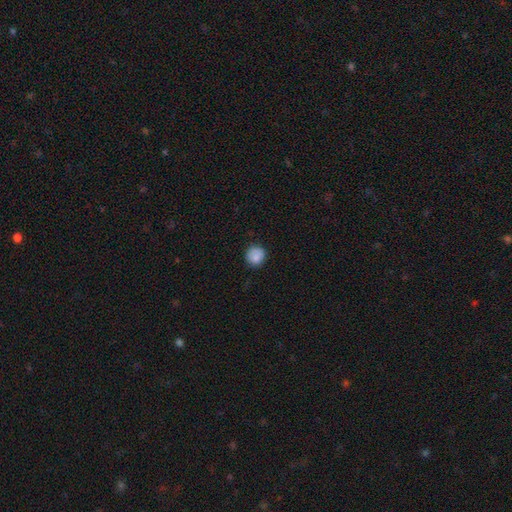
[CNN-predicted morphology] Q: Smooth or featured?
A: smooth (85%); runner-up: star or artifact (9%)
Q: How rounded?
A: round (90%); runner-up: in between (9%)
Q: Merging?
A: none (83%); runner-up: minor disturbance (13%)